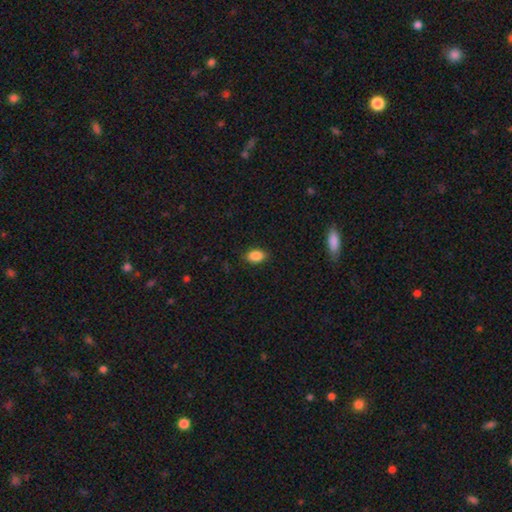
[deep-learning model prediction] smooth-or-featured: smooth: 87% | star or artifact: 9% | featured or disk: 4%
  how-rounded: in between: 85% | round: 14% | cigar-shaped: 2%
  merging: none: 86% | minor disturbance: 11% | major disturbance: 2% | merger: 1%